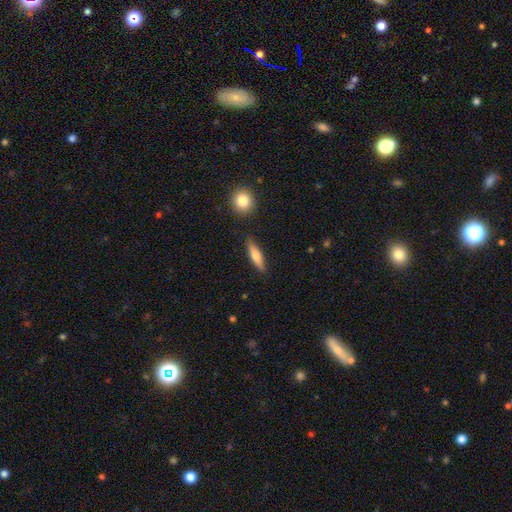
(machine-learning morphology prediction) Smooth or featured: smooth — 72% (featured or disk — 22%)
How rounded: cigar-shaped — 69% (in between — 28%)
Merging: none — 86% (minor disturbance — 9%)